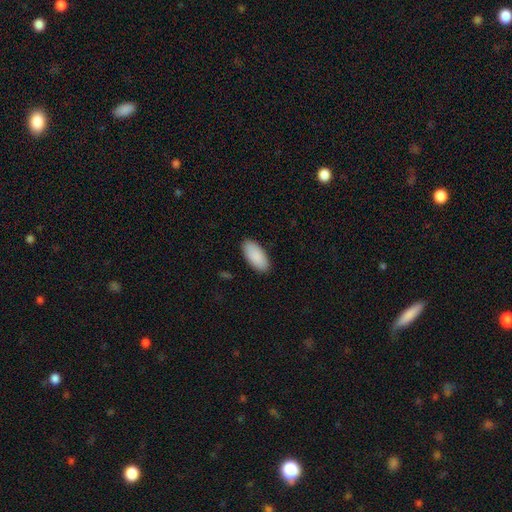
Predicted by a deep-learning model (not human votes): smooth 91%, star or artifact 5%, featured or disk 4%. Down the decision tree: how rounded — in between (93%); merging — none (89%).